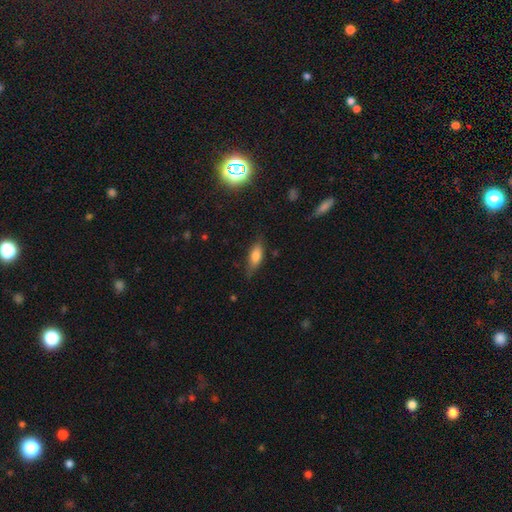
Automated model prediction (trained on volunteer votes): smooth-or-featured: smooth: 72% | featured or disk: 19% | star or artifact: 8%
  how-rounded: in between: 69% | cigar-shaped: 28% | round: 3%
  merging: none: 71% | minor disturbance: 23% | major disturbance: 5% | merger: 2%